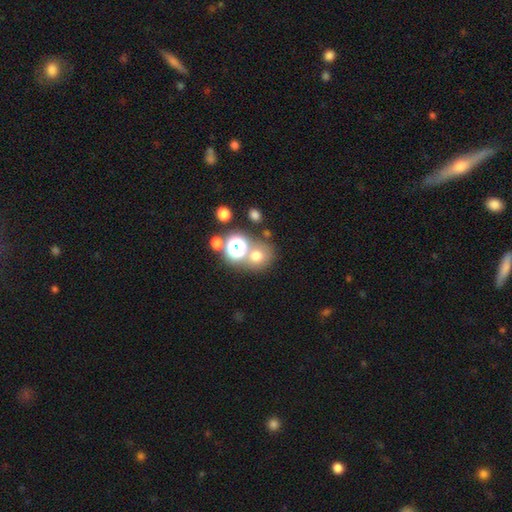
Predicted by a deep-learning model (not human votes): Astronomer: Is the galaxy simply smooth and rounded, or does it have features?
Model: smooth — 64%.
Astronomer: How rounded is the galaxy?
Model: round — 79%.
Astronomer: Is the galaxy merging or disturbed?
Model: none — 58%.